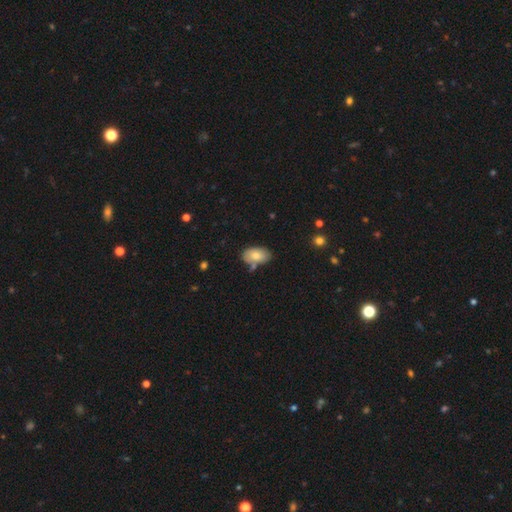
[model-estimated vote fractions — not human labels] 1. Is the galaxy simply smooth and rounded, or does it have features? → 78% smooth, 15% featured or disk, 7% star or artifact.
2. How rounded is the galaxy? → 92% in between, 6% round, 1% cigar-shaped.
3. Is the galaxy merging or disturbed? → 64% none, 20% minor disturbance, 11% merger, 4% major disturbance.